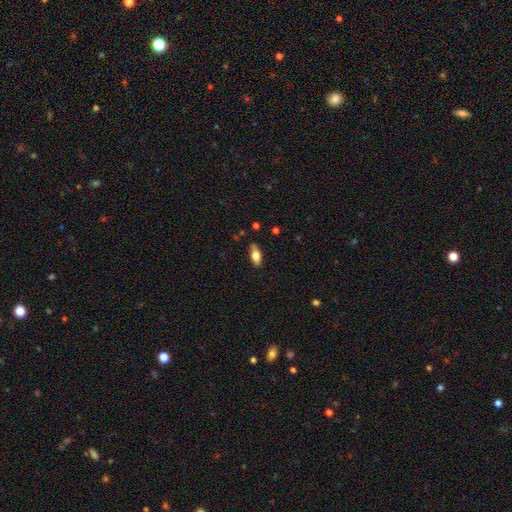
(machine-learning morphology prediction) A smooth galaxy with no disk features (71%) that is in between round and cigar-shaped (81%).

Vote fractions:
- Smooth or featured? smooth: 71% / featured or disk: 22% / star or artifact: 7%
- How rounded? in between: 81% / cigar-shaped: 16% / round: 3%
- Merging? none: 83% / minor disturbance: 13% / major disturbance: 2% / merger: 2%